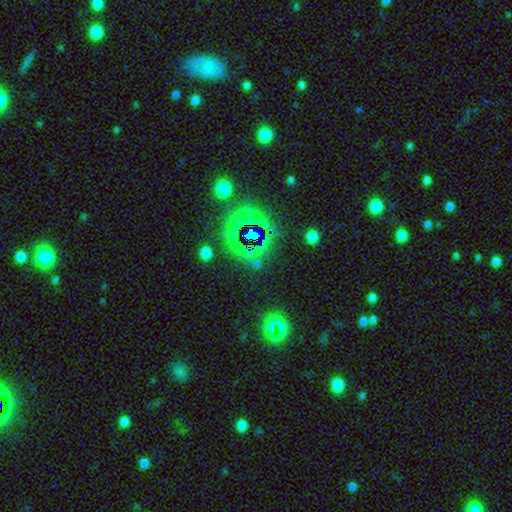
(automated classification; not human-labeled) Q: Smooth or featured?
A: star or artifact (73%); runner-up: smooth (15%)